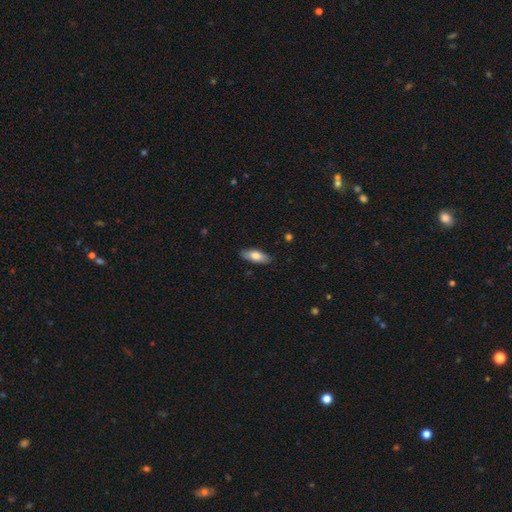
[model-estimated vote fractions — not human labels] smooth 76%, featured or disk 18%, star or artifact 6%. Down the decision tree: how rounded — in between (73%); merging — none (88%).